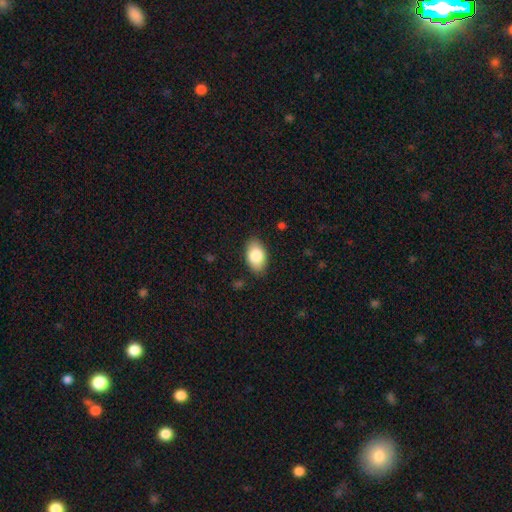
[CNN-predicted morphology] smooth-or-featured: smooth: 83% | featured or disk: 10% | star or artifact: 7%
  how-rounded: in between: 92% | round: 6% | cigar-shaped: 1%
  merging: none: 85% | minor disturbance: 12% | major disturbance: 2% | merger: 1%